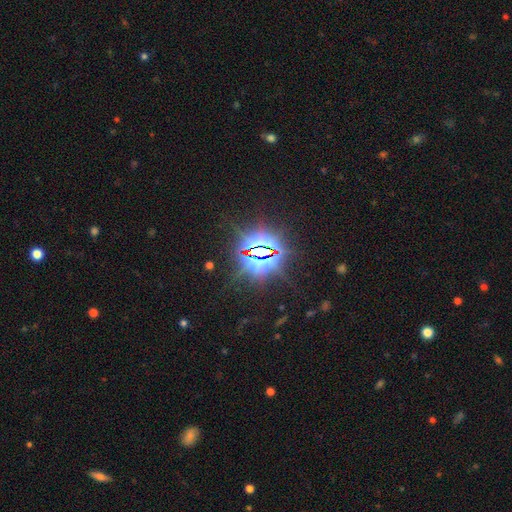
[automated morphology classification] A star or artifact, not a galaxy (86%).